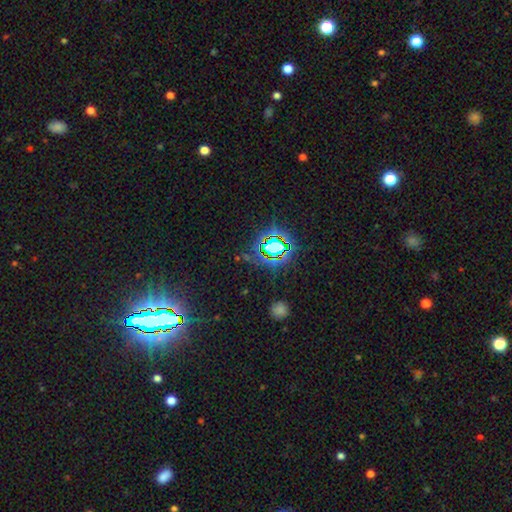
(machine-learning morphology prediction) star or artifact 83%, smooth 10%, featured or disk 7%.